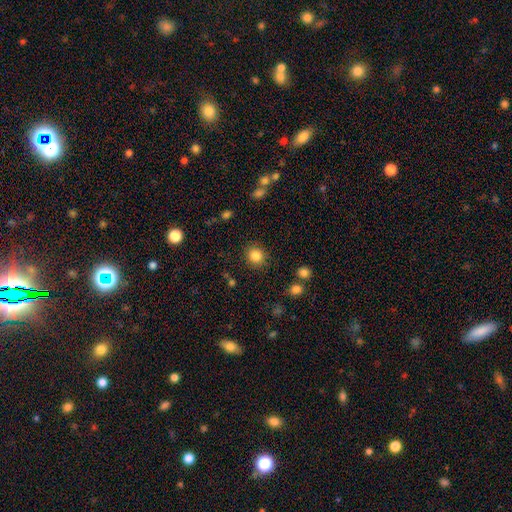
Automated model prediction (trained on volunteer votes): This is clearly a smooth galaxy (84%). How rounded: clearly round (89%). Merging: clearly none (88%).